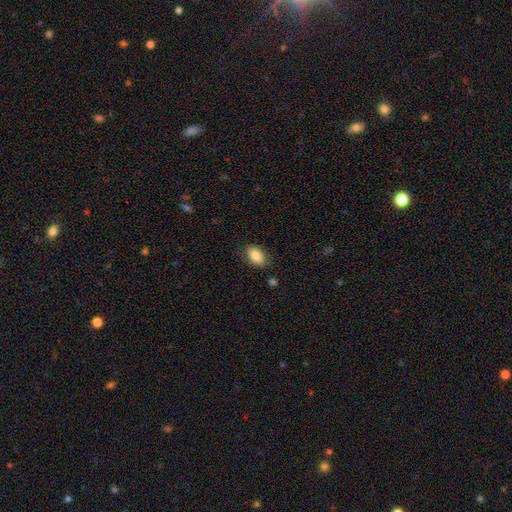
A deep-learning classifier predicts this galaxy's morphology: smooth-or-featured: smooth: 84% | featured or disk: 9% | star or artifact: 7%
  how-rounded: in between: 90% | round: 8% | cigar-shaped: 2%
  merging: none: 80% | minor disturbance: 15% | major disturbance: 4% | merger: 2%